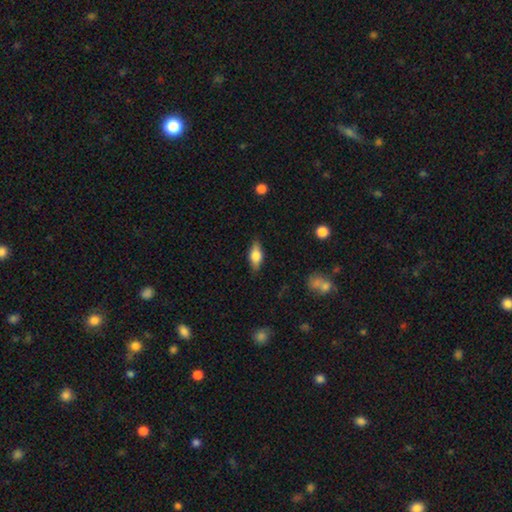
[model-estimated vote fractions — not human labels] smooth_or_featured: smooth (p=0.61) [alt: featured or disk p=0.31]
how_rounded: in between (p=0.74) [alt: cigar-shaped p=0.21]
merging: none (p=0.84) [alt: minor disturbance p=0.12]